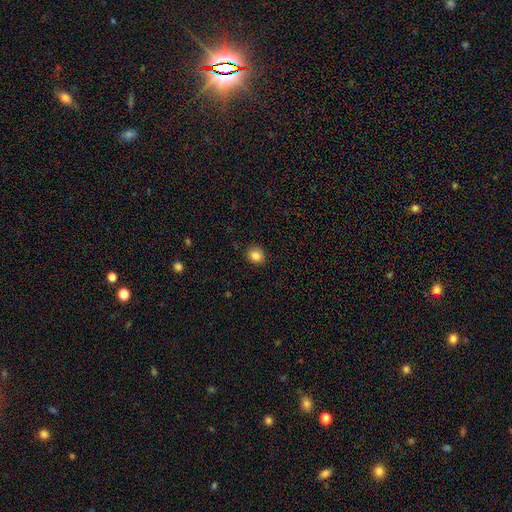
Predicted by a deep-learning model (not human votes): Q: Smooth or featured?
A: smooth (85%); runner-up: star or artifact (10%)
Q: How rounded?
A: round (82%); runner-up: in between (17%)
Q: Merging?
A: none (90%); runner-up: minor disturbance (7%)